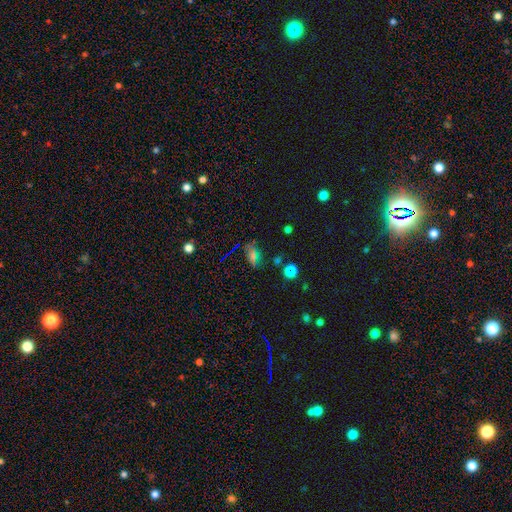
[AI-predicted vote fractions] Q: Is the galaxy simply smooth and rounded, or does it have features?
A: smooth — 46%.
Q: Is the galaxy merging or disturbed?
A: none — 70%.